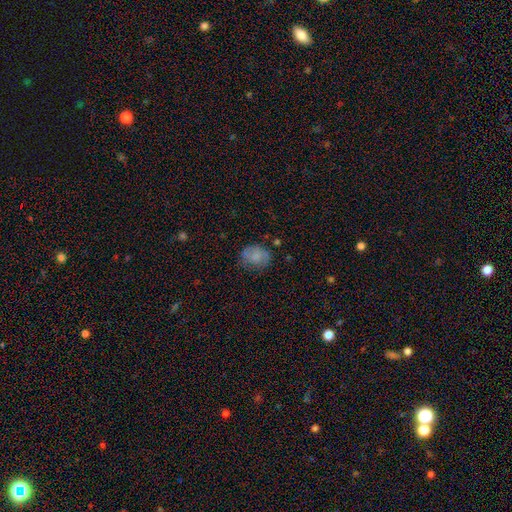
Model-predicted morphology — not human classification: The model was most divided on "how rounded": round: 53%, in between: 46%, cigar-shaped: 1%. More confident: smooth or featured — smooth (69%); merging — none (65%).